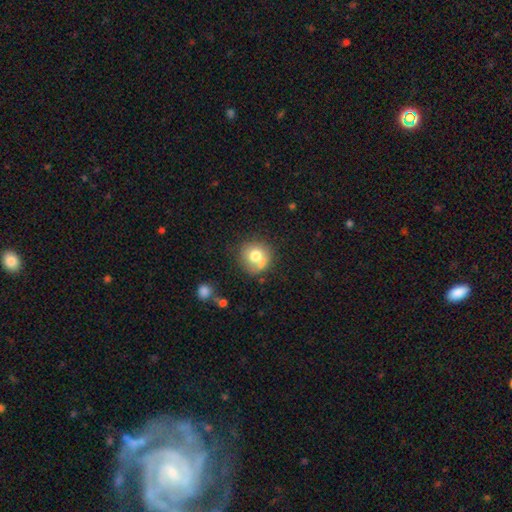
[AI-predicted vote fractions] smooth_or_featured: smooth (p=0.73) [alt: featured or disk p=0.17]
how_rounded: round (p=0.88) [alt: in between p=0.12]
merging: none (p=0.59) [alt: minor disturbance p=0.20]